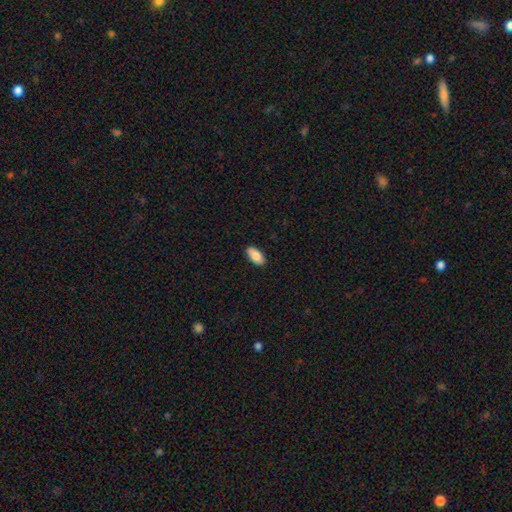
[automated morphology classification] type=smooth (83%); roundness=in between (92%); merging=none (88%).